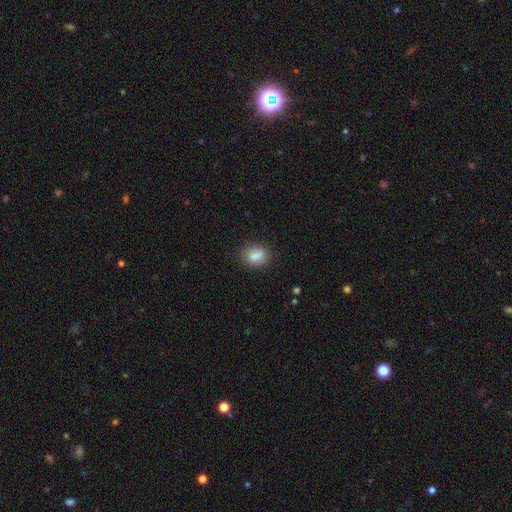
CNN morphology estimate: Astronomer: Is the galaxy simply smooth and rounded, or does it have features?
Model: smooth — 83%.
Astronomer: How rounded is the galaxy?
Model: in between — 65%.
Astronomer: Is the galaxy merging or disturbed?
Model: none — 80%.